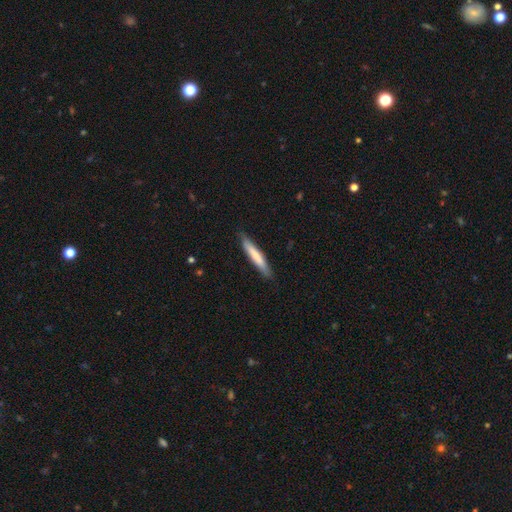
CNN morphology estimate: Q: Smooth or featured?
A: smooth (73%); runner-up: featured or disk (22%)
Q: How rounded?
A: cigar-shaped (93%); runner-up: in between (6%)
Q: Merging?
A: none (86%); runner-up: minor disturbance (11%)